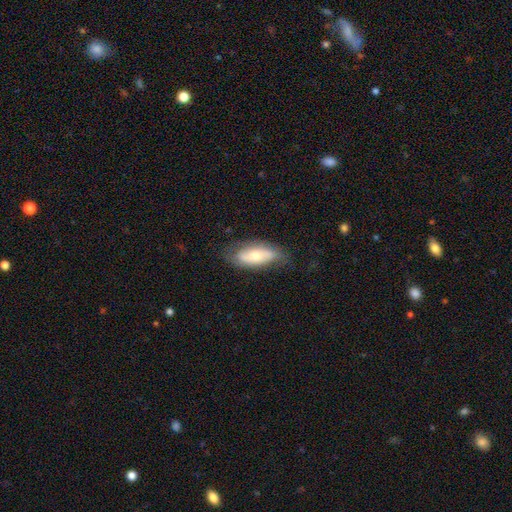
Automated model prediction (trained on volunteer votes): Smooth or featured? smooth (55%)
How rounded? in between (83%)
Merging? none (68%)